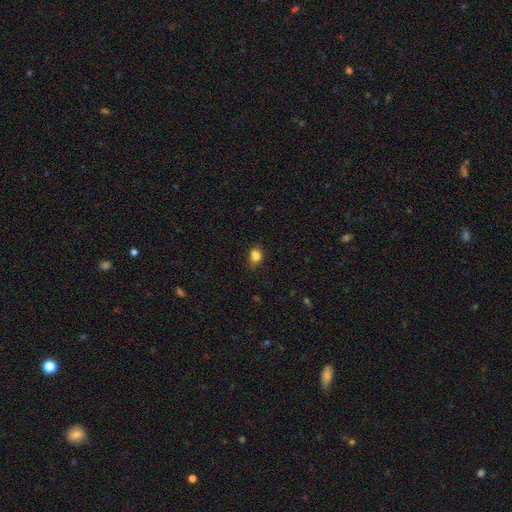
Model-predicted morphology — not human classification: Smooth or featured? smooth (81%)
How rounded? in between (63%)
Merging? none (56%)